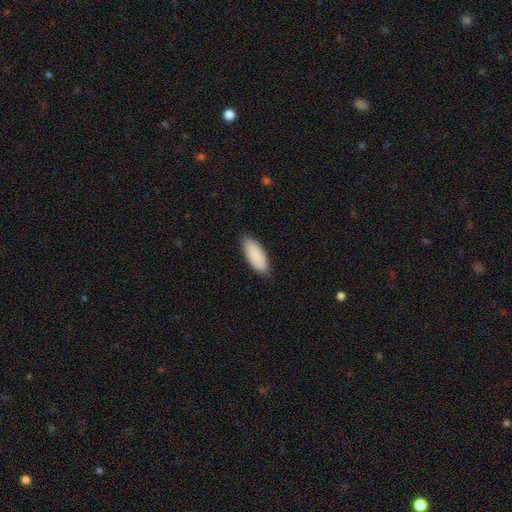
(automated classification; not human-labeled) Smooth or featured?
  - smooth: 88% *
  - featured or disk: 6%
  - star or artifact: 6%
How rounded?
  - in between: 84% *
  - cigar-shaped: 14%
  - round: 2%
Merging?
  - none: 84% *
  - minor disturbance: 13%
  - major disturbance: 2%
  - merger: 1%